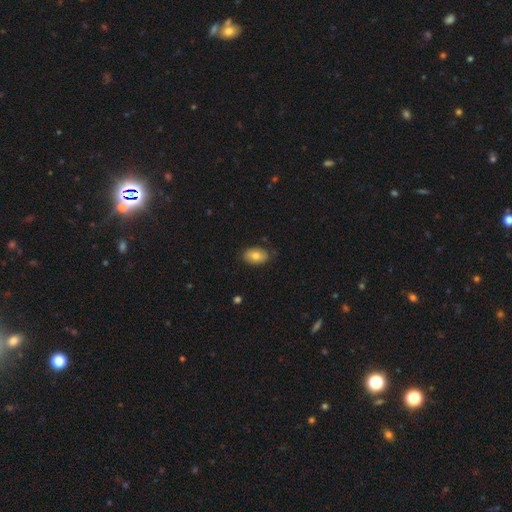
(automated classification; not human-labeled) Smooth or featured? Predicted: smooth (p=0.78). How rounded? Predicted: in between (p=0.89). Merging? Predicted: none (p=0.80).